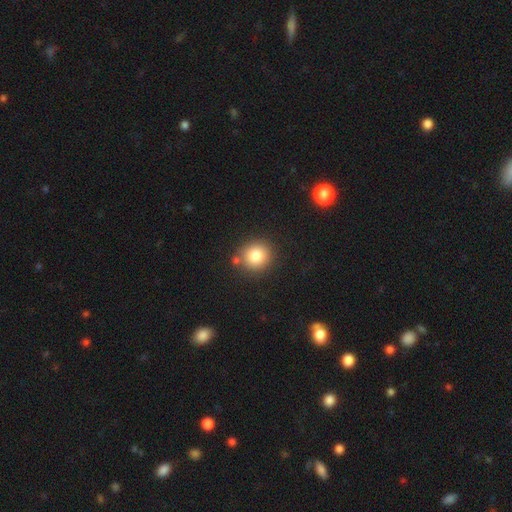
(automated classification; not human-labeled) A smooth galaxy with no disk features (82%) that is round (86%).

Vote fractions:
- Smooth or featured? smooth: 82% / star or artifact: 10% / featured or disk: 7%
- How rounded? round: 86% / in between: 13% / cigar-shaped: 1%
- Merging? none: 79% / minor disturbance: 10% / merger: 8% / major disturbance: 3%